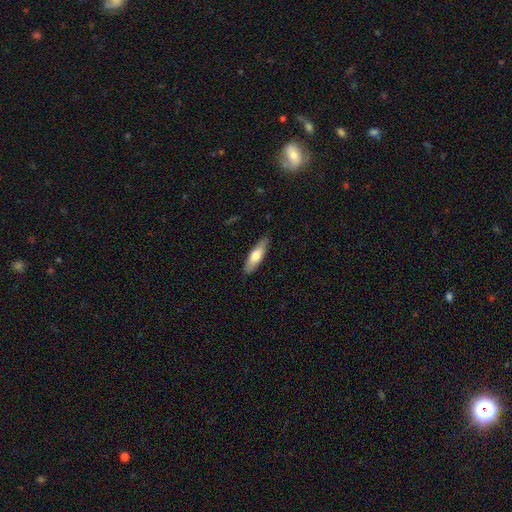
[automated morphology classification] A smooth galaxy with no disk features (67%) that is cigar-shaped (53%).

Vote fractions:
- Smooth or featured? smooth: 67% / featured or disk: 27% / star or artifact: 5%
- How rounded? cigar-shaped: 53% / in between: 45% / round: 2%
- Merging? none: 85% / minor disturbance: 12% / major disturbance: 2% / merger: 1%